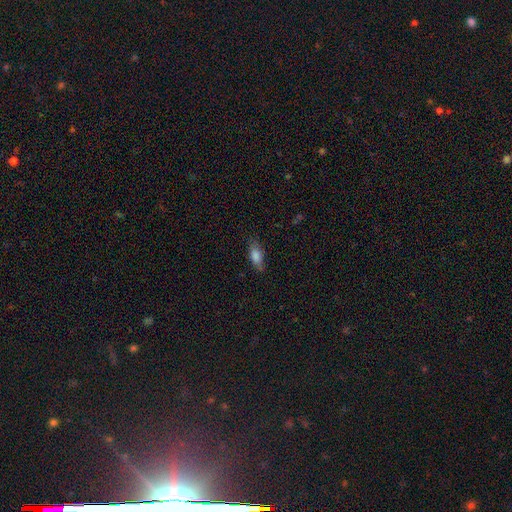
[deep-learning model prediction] Smooth or featured?
  - smooth: 80% *
  - featured or disk: 12%
  - star or artifact: 8%
How rounded?
  - in between: 79% *
  - cigar-shaped: 18%
  - round: 3%
Merging?
  - none: 75% *
  - minor disturbance: 19%
  - major disturbance: 5%
  - merger: 1%